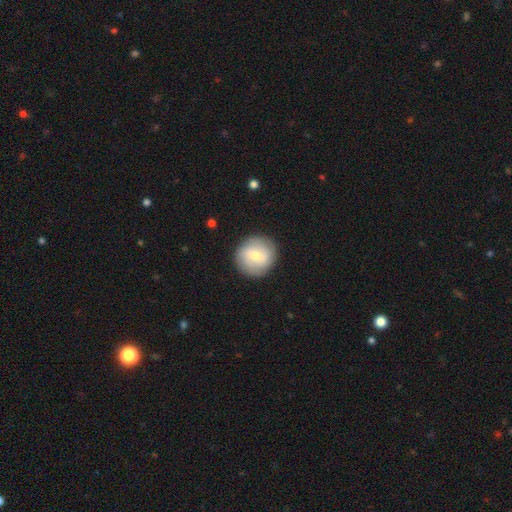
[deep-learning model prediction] smooth 54%, featured or disk 40%, star or artifact 7%. Down the decision tree: how rounded — round (90%); merging — none (87%).